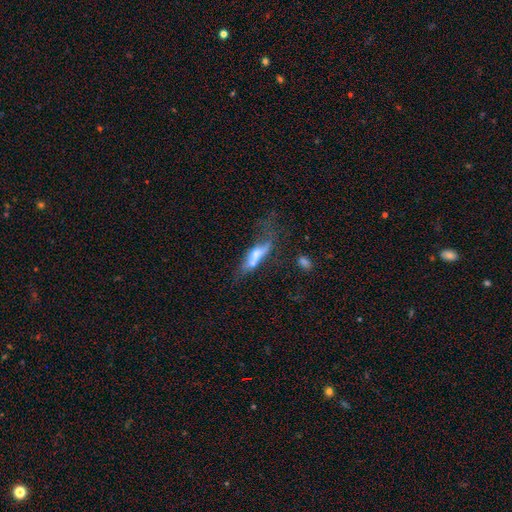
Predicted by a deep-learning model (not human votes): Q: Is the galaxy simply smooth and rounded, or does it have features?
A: featured or disk — 47%.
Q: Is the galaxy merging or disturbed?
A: major disturbance — 30%.